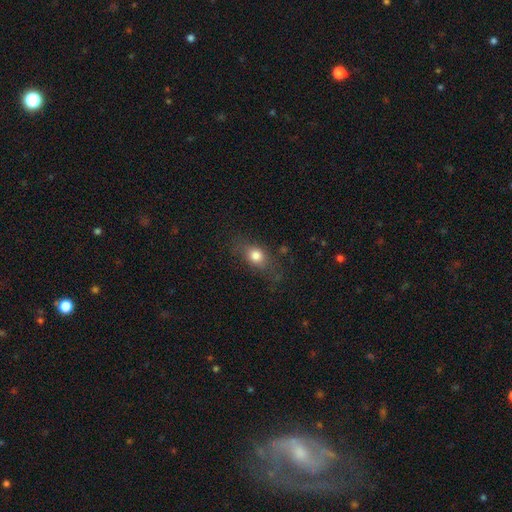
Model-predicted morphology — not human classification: A smooth galaxy with no disk features (76%) that is in between round and cigar-shaped (60%). Merging: none (68%).